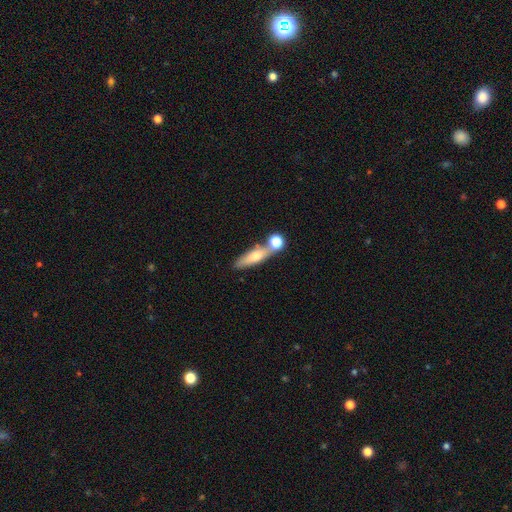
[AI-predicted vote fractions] Morphology: type=smooth (64%); roundness=cigar-shaped (58%); merging=none (52%).